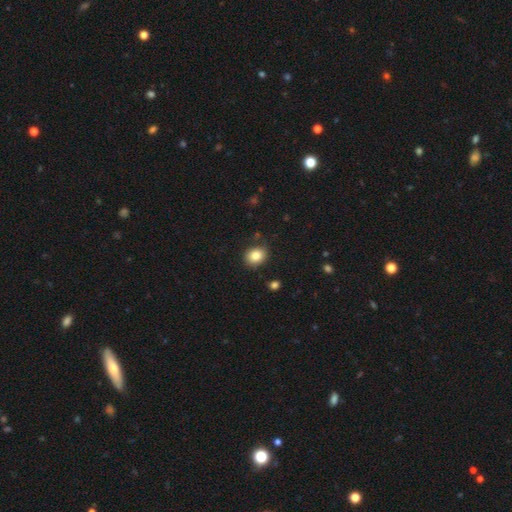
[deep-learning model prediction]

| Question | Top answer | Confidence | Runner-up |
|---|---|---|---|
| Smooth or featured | smooth | 84% | star or artifact (9%) |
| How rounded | round | 59% | in between (40%) |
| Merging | none | 85% | minor disturbance (10%) |